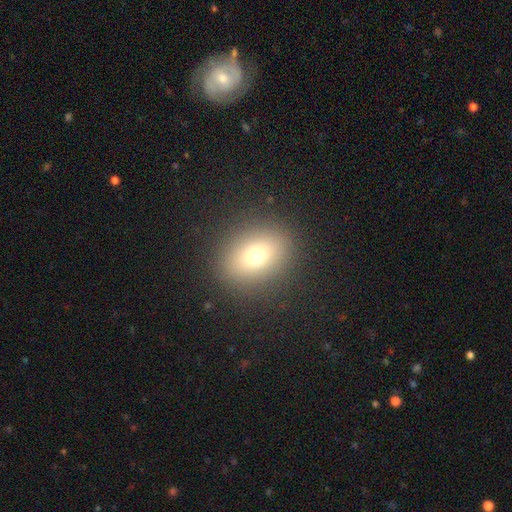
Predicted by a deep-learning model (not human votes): smooth 71%, star or artifact 15%, featured or disk 13%. Down the decision tree: how rounded — round (56%); merging — none (88%).